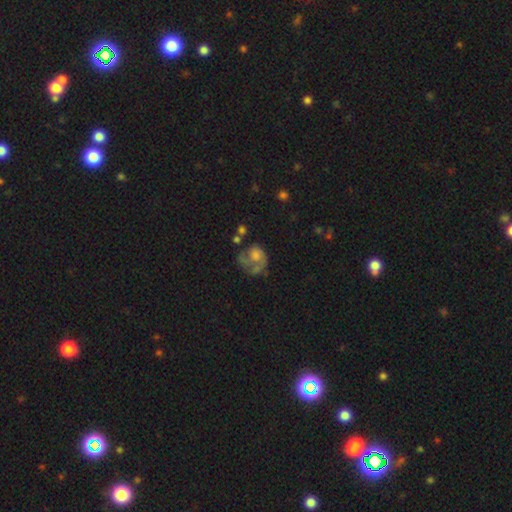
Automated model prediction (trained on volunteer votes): This appears to be a featured or disk galaxy (63%) with no bar (80%), spiral arms (74%) and a moderate central bulge (41%). Merging: none (38%).